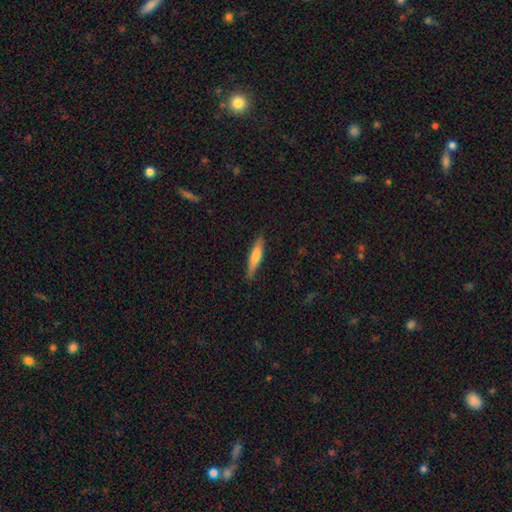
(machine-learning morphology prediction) Smooth or featured: smooth — 66% (featured or disk — 29%)
How rounded: cigar-shaped — 86% (in between — 13%)
Merging: none — 86% (minor disturbance — 11%)